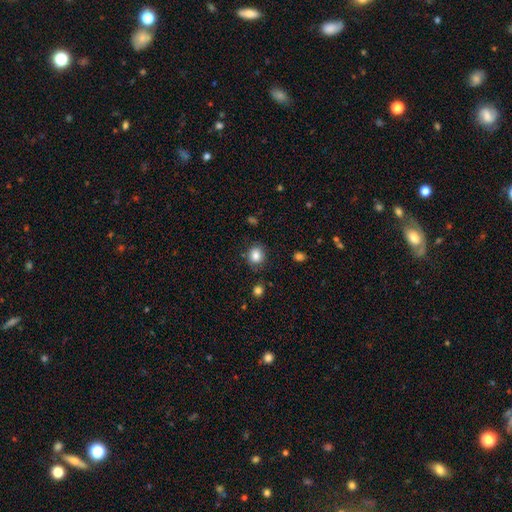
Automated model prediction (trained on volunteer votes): This is clearly a smooth galaxy (84%). How rounded: likely round (72%). Merging: clearly none (82%).